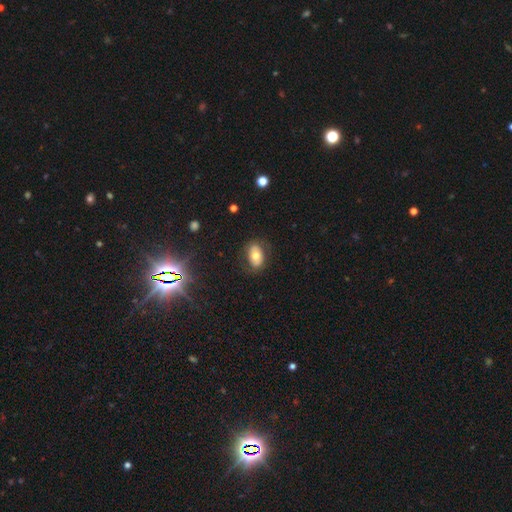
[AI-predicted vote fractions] Smooth or featured? smooth (63%)
How rounded? in between (83%)
Merging? none (77%)